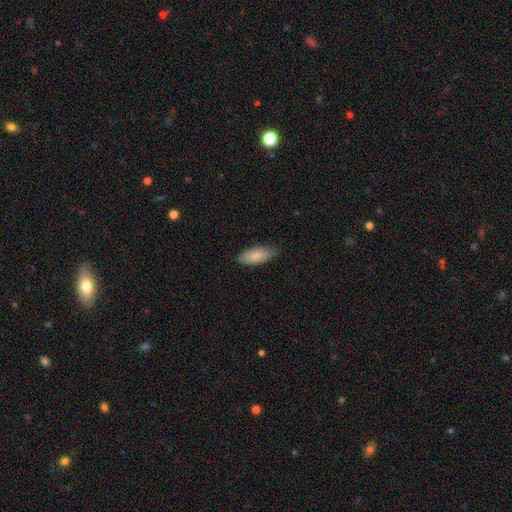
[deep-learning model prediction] smooth-or-featured: smooth: 84% | featured or disk: 11% | star or artifact: 6%
  how-rounded: in between: 81% | cigar-shaped: 17% | round: 2%
  merging: none: 77% | minor disturbance: 19% | major disturbance: 3% | merger: 1%